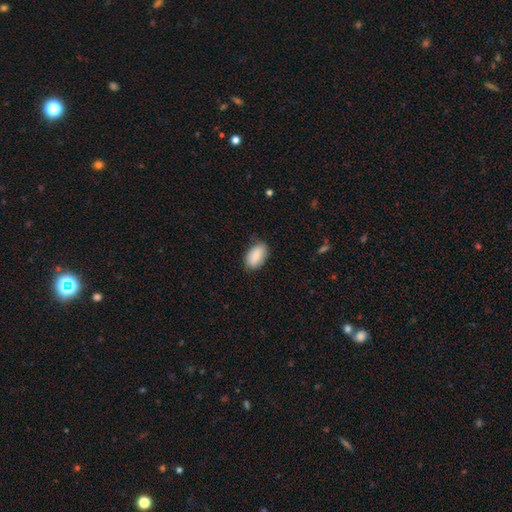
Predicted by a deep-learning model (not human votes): Overall: smooth (87%). How rounded: in between (93%). Merging: none (76%).